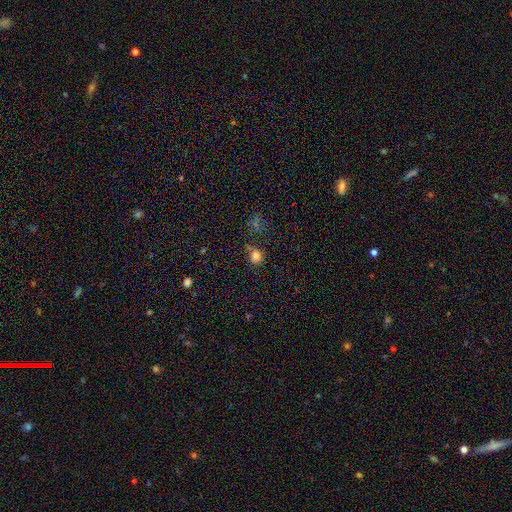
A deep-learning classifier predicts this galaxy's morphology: Q: Smooth or featured?
A: smooth (78%); runner-up: star or artifact (17%)
Q: How rounded?
A: round (77%); runner-up: in between (22%)
Q: Merging?
A: none (67%); runner-up: minor disturbance (16%)